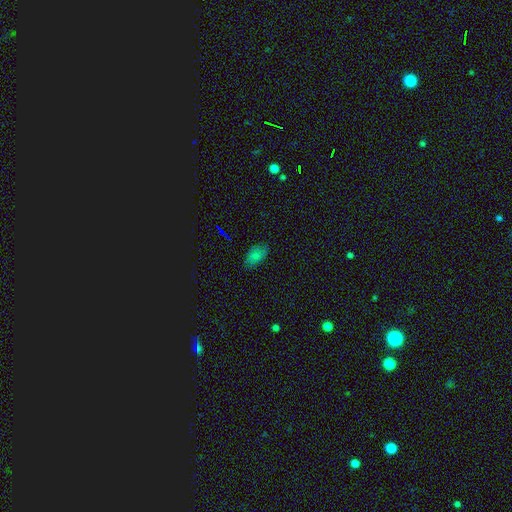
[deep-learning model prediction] A smooth galaxy with no disk features (77%) that is in between round and cigar-shaped (93%).

Vote fractions:
- Smooth or featured? smooth: 77% / star or artifact: 14% / featured or disk: 10%
- How rounded? in between: 93% / round: 5% / cigar-shaped: 3%
- Merging? none: 79% / minor disturbance: 17% / major disturbance: 3% / merger: 1%